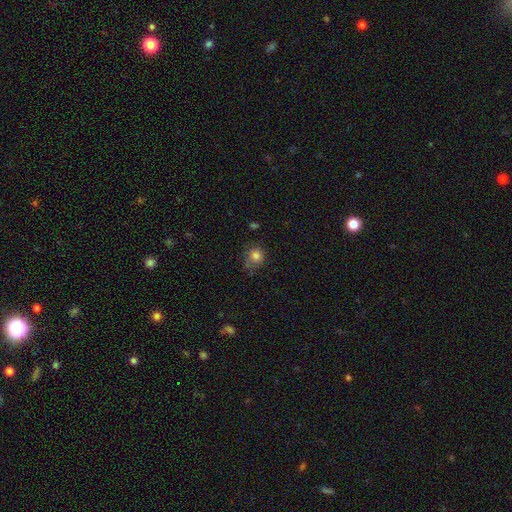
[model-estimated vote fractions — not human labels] This appears to be a smooth galaxy with no disk features (82%) that is round (79%). Merging: none (62%).